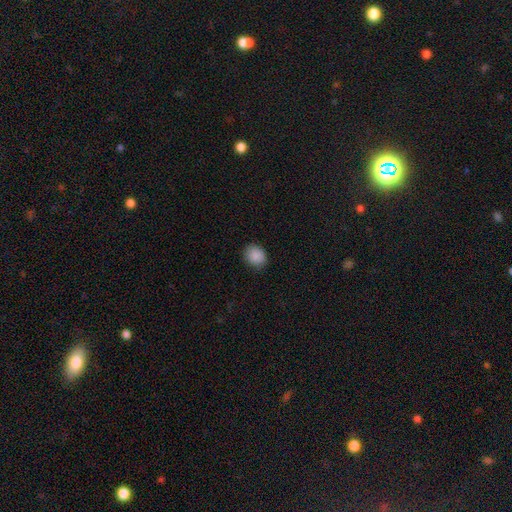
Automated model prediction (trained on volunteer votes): smooth 89%, star or artifact 8%, featured or disk 3%. Down the decision tree: how rounded — round (64%); merging — none (86%).